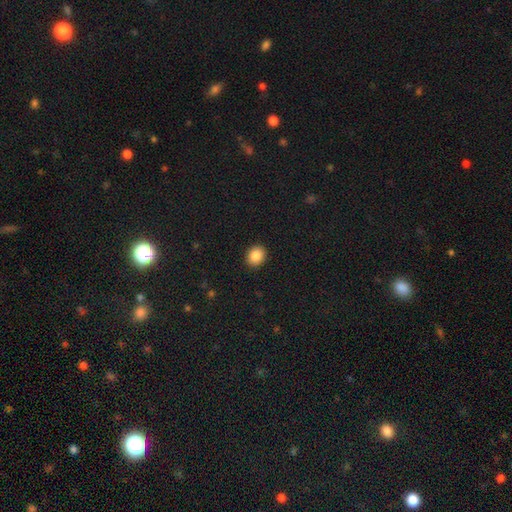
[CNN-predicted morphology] A smooth galaxy with no disk features (86%) that is round (66%). Merging: none (92%).